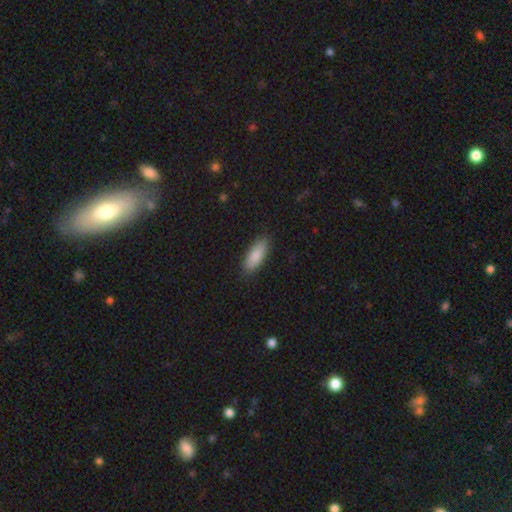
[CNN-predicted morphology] This is clearly a smooth galaxy (87%). How rounded: likely in between (72%). Merging: clearly none (85%).